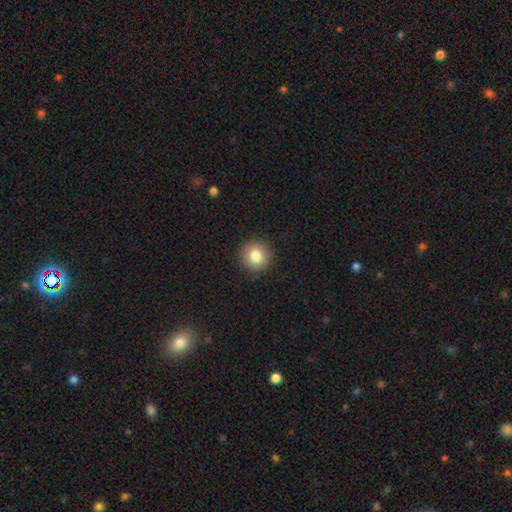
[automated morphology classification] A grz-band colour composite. It shows a smooth galaxy with no disk features (82%) that is round (92%). Merging: none (90%).